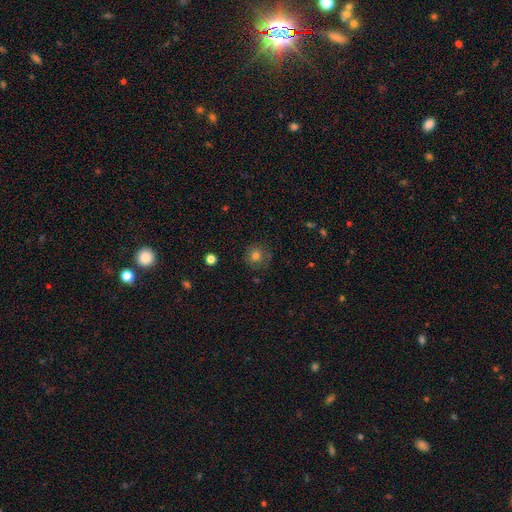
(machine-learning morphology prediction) Smooth or featured? Predicted: smooth (p=0.78). How rounded? Predicted: round (p=0.91). Merging? Predicted: none (p=0.81).